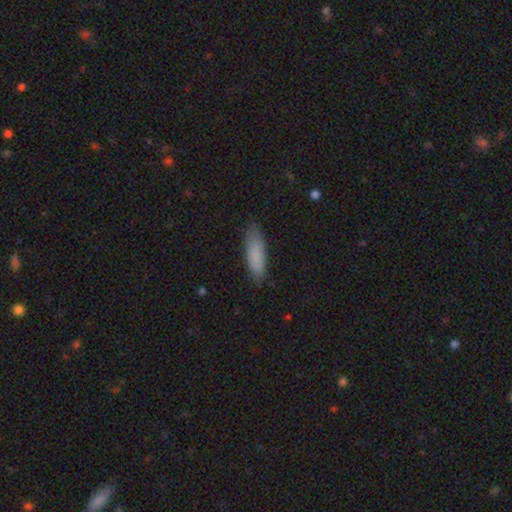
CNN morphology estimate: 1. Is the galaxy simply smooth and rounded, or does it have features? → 85% smooth, 9% featured or disk, 6% star or artifact.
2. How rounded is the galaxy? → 52% cigar-shaped, 47% in between, 2% round.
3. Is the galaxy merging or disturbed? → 82% none, 14% minor disturbance, 3% major disturbance, 1% merger.